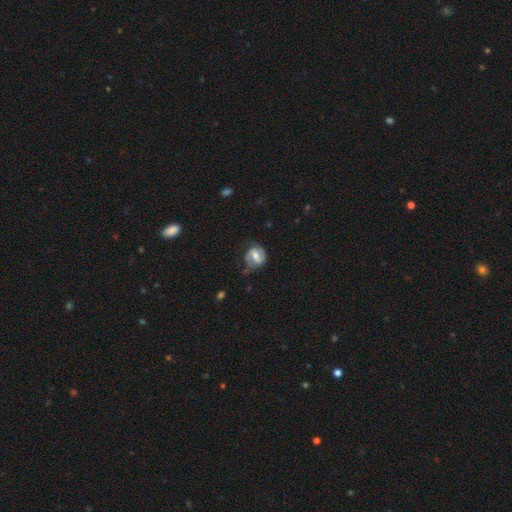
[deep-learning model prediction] smooth_or_featured: featured or disk (p=0.57) [alt: smooth p=0.36]
disk_edge_on: no (p=0.97) [alt: yes p=0.03]
bar: weak (p=0.45) [alt: strong p=0.33]
has_spiral_arms: yes (p=0.77) [alt: no p=0.23]
bulge_size: moderate (p=0.64) [alt: small p=0.23]
merging: none (p=0.58) [alt: minor disturbance p=0.27]